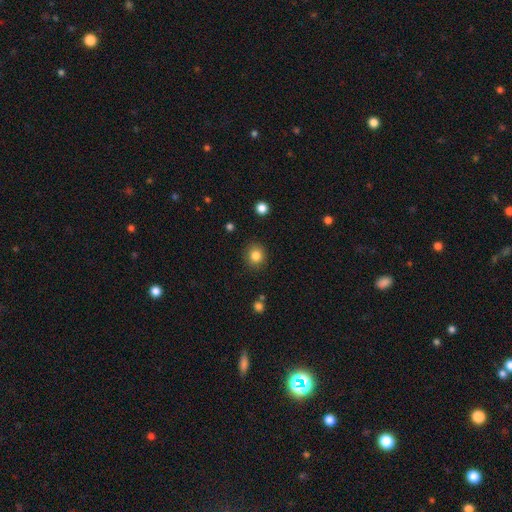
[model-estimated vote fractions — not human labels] A smooth galaxy with no disk features (83%) that is round (87%). Merging: none (88%).